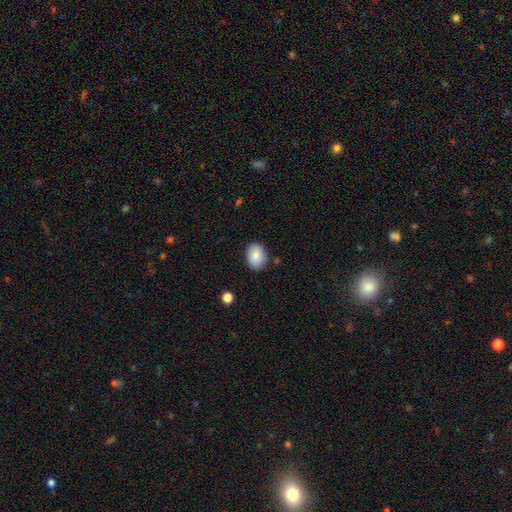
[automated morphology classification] type=smooth (86%); roundness=in between (61%); merging=none (83%).